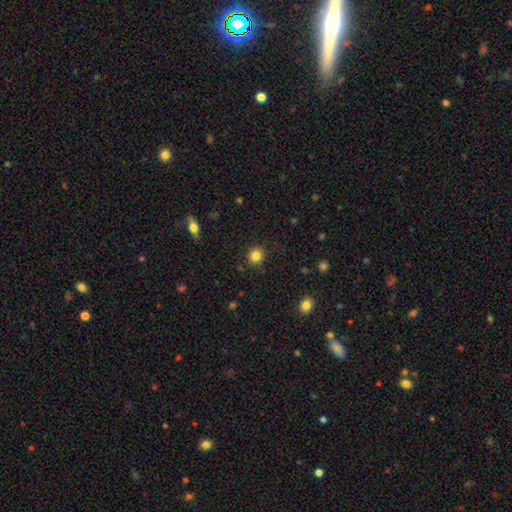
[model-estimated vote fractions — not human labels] smooth 83%, star or artifact 12%, featured or disk 5%. Down the decision tree: how rounded — round (87%); merging — none (90%).